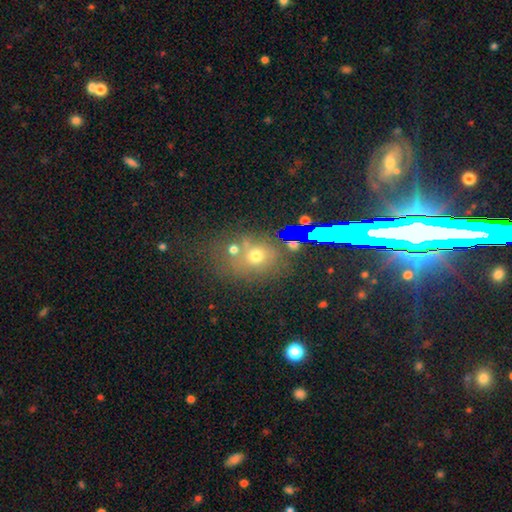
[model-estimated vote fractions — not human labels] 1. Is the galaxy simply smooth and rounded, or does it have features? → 60% smooth, 25% star or artifact, 15% featured or disk.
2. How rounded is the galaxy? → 66% round, 32% in between, 2% cigar-shaped.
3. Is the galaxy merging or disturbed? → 55% none, 22% merger, 14% minor disturbance, 9% major disturbance.